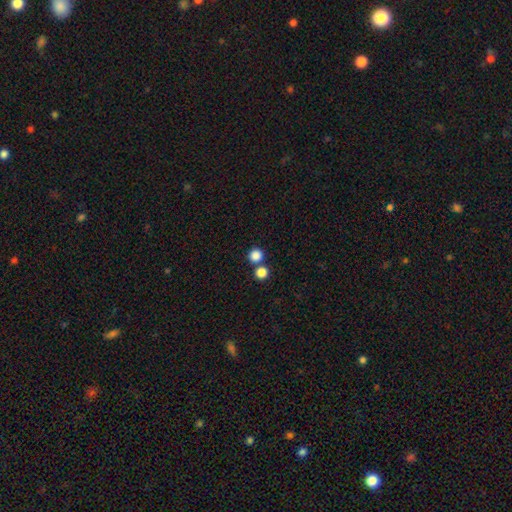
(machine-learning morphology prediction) Smooth or featured: smooth — 85% (star or artifact — 11%)
How rounded: round — 91% (in between — 8%)
Merging: none — 69% (merger — 22%)